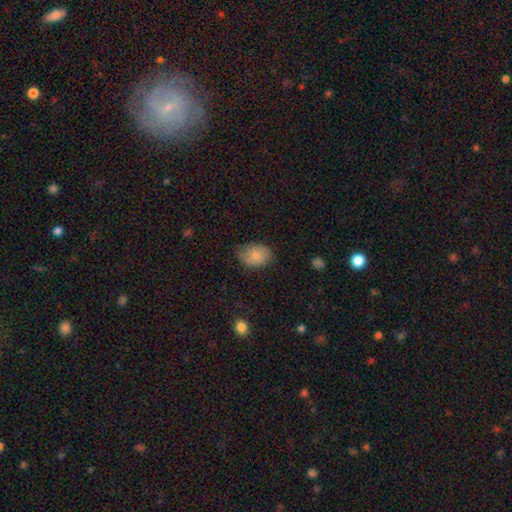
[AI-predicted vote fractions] The model was most divided on "merging": none: 68%, minor disturbance: 25%, major disturbance: 6%, merger: 1%. More confident: smooth or featured — smooth (78%); how rounded — in between (76%).